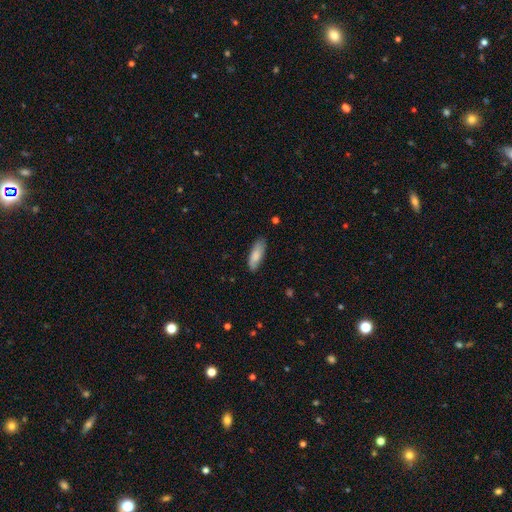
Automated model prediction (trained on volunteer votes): smooth-or-featured: smooth: 80% | featured or disk: 14% | star or artifact: 6%
  how-rounded: in between: 67% | cigar-shaped: 32% | round: 2%
  merging: none: 79% | minor disturbance: 17% | major disturbance: 3% | merger: 1%